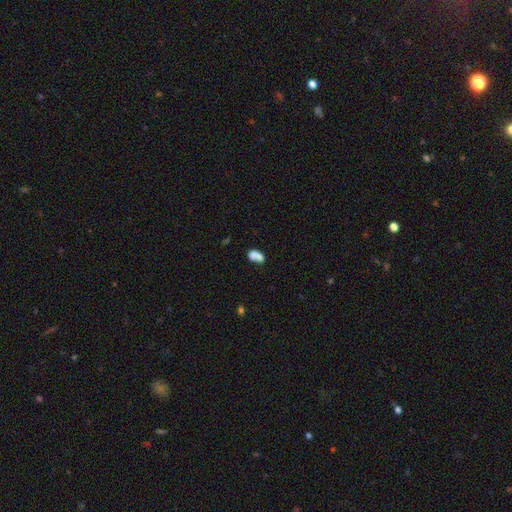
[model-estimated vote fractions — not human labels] Overall: smooth (71%). How rounded: in between (74%). Merging: merger (60%; none 22%).